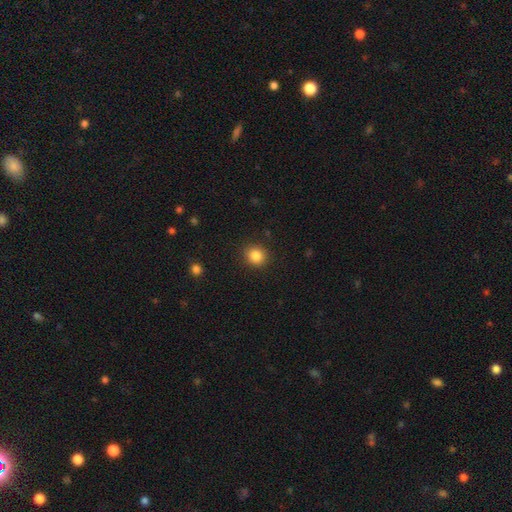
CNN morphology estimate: smooth 85%, star or artifact 10%, featured or disk 4%. Down the decision tree: how rounded — round (83%); merging — none (89%).